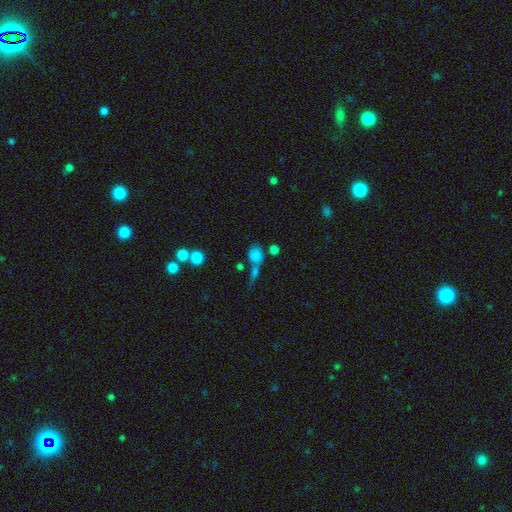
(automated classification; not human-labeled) smooth 75%, star or artifact 15%, featured or disk 10%. Down the decision tree: how rounded — in between (49%); merging — none (43%).